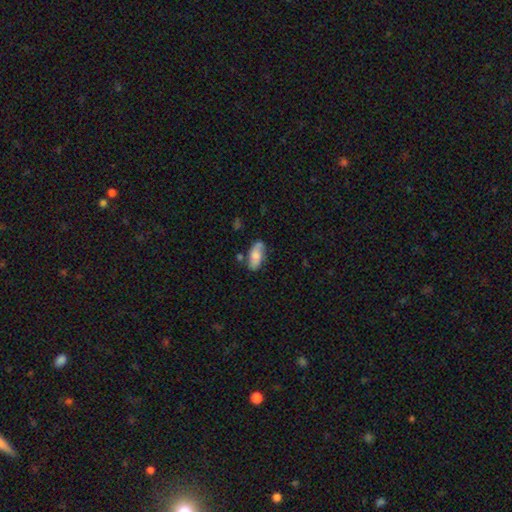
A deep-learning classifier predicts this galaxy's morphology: Q: Smooth or featured?
A: smooth (70%); runner-up: featured or disk (23%)
Q: How rounded?
A: in between (86%); runner-up: cigar-shaped (11%)
Q: Merging?
A: none (65%); runner-up: minor disturbance (22%)